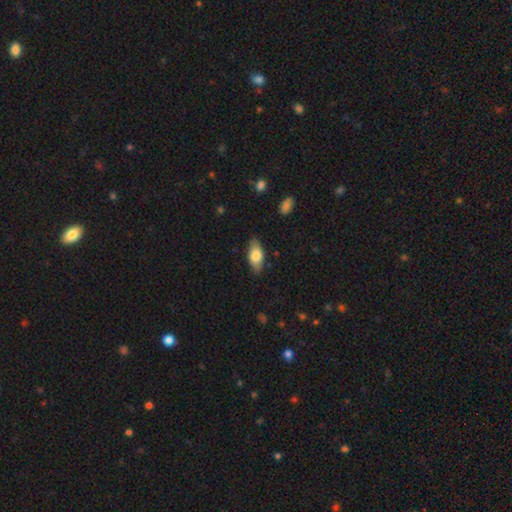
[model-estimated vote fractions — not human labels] Smooth or featured?
  - smooth: 75% *
  - featured or disk: 19%
  - star or artifact: 6%
How rounded?
  - in between: 87% *
  - cigar-shaped: 10%
  - round: 3%
Merging?
  - none: 83% *
  - minor disturbance: 13%
  - major disturbance: 2%
  - merger: 1%